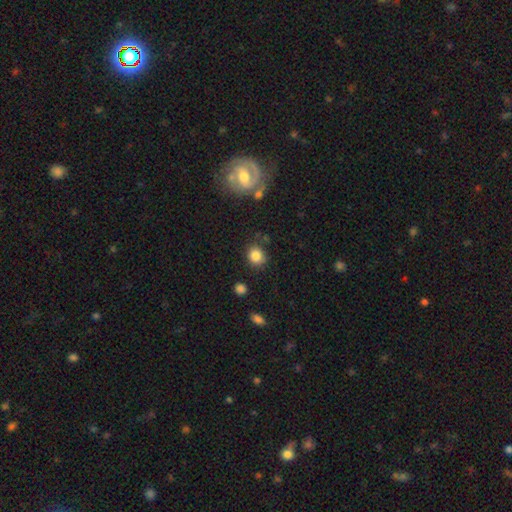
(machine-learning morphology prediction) A smooth galaxy with no disk features (85%) that is round (72%).

Vote fractions:
- Smooth or featured? smooth: 85% / star or artifact: 10% / featured or disk: 5%
- How rounded? round: 72% / in between: 27% / cigar-shaped: 1%
- Merging? none: 79% / minor disturbance: 13% / merger: 4% / major disturbance: 4%